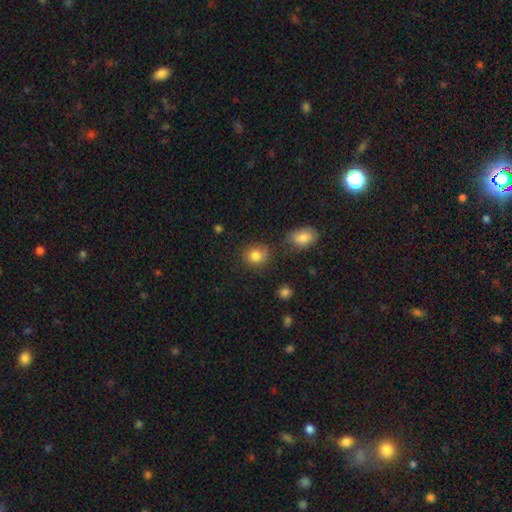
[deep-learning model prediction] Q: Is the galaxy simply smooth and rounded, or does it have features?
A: smooth — 84%.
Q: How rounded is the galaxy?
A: round — 75%.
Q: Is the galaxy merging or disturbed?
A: none — 68%.